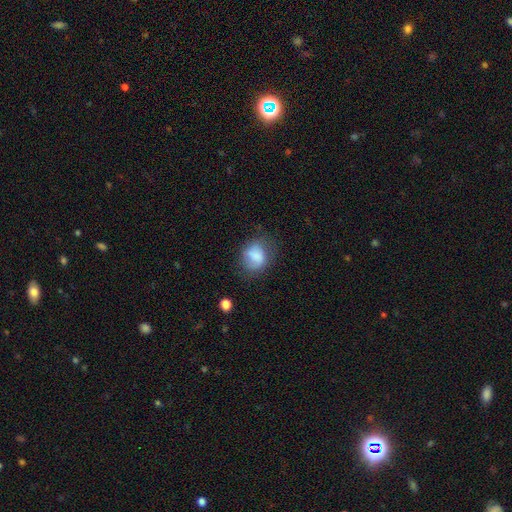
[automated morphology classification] smooth-or-featured: smooth: 75% | featured or disk: 16% | star or artifact: 9%
  how-rounded: round: 53% | in between: 45% | cigar-shaped: 1%
  merging: none: 55% | minor disturbance: 28% | major disturbance: 14% | merger: 3%